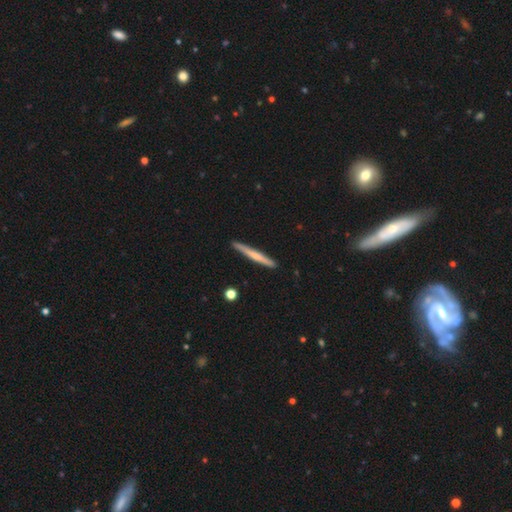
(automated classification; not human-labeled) smooth 52%, featured or disk 42%, star or artifact 5%. Down the decision tree: how rounded — cigar-shaped (97%); merging — none (89%).